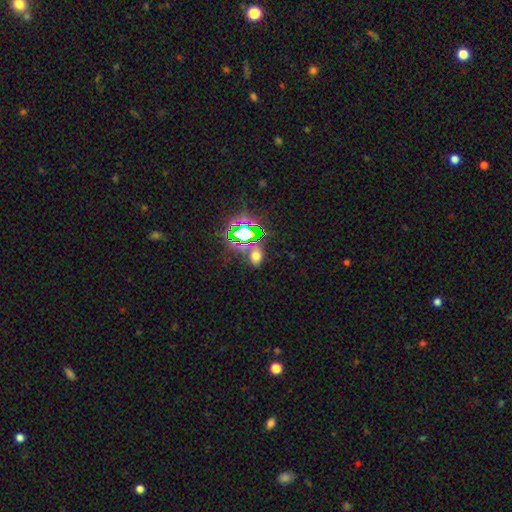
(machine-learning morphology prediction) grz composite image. It shows a smooth galaxy with no disk features (50%) that is in between round and cigar-shaped (66%). Merging: none (67%).